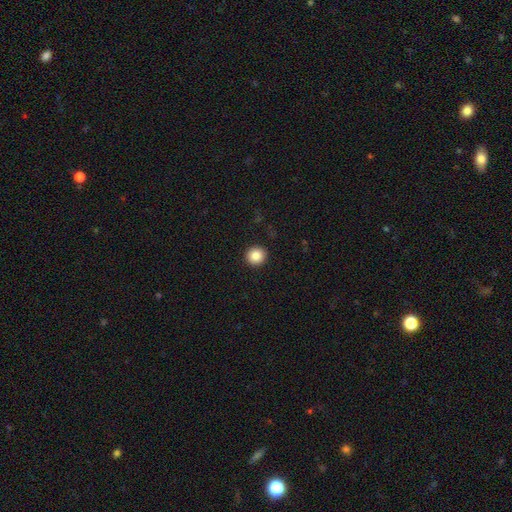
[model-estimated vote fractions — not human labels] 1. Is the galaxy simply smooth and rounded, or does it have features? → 86% smooth, 9% star or artifact, 4% featured or disk.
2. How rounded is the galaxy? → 93% round, 6% in between, 1% cigar-shaped.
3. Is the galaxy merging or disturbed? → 93% none, 5% minor disturbance, 2% major disturbance, 1% merger.